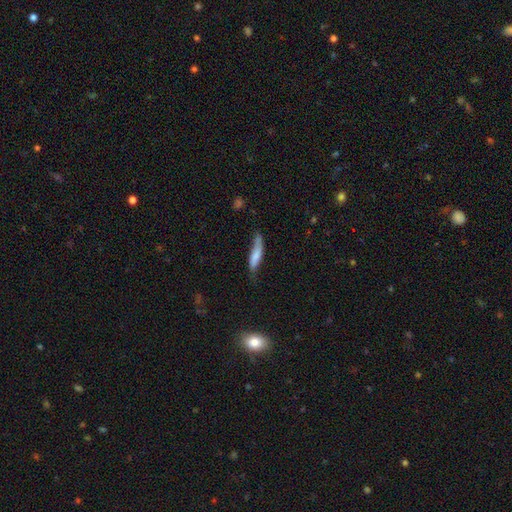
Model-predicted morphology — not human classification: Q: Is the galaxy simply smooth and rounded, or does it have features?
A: smooth — 72%.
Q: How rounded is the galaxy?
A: cigar-shaped — 77%.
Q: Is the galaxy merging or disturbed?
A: none — 48%.